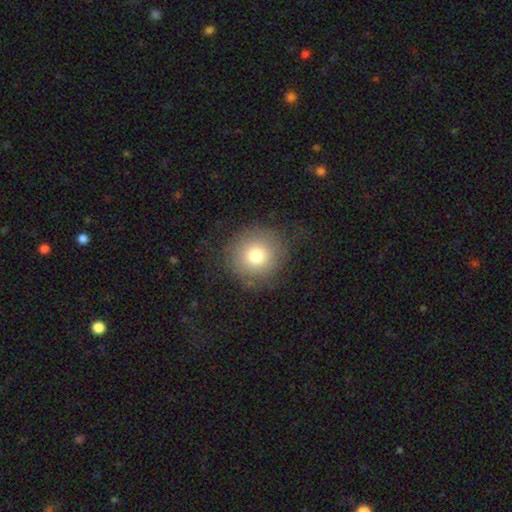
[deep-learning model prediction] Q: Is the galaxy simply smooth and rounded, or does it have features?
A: smooth — 75%.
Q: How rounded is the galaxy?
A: round — 94%.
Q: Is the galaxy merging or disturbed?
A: none — 81%.